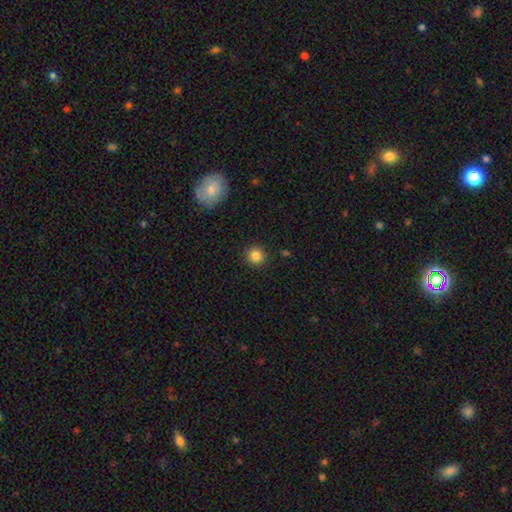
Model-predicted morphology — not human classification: smooth_or_featured: smooth (p=0.84) [alt: star or artifact p=0.11]
how_rounded: round (p=0.93) [alt: in between p=0.06]
merging: none (p=0.91) [alt: minor disturbance p=0.06]